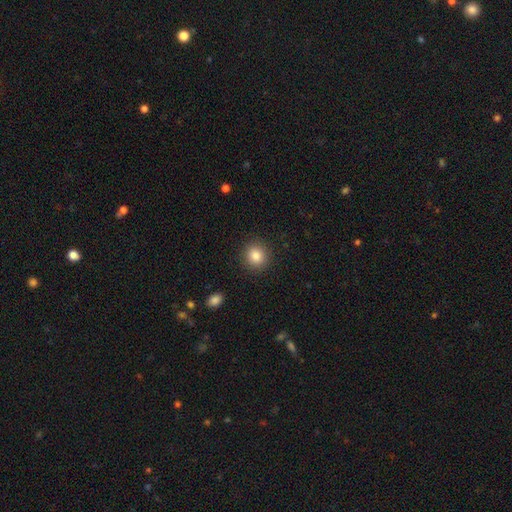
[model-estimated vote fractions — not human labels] Smooth or featured?
  - smooth: 84% *
  - star or artifact: 10%
  - featured or disk: 6%
How rounded?
  - round: 88% *
  - in between: 11%
  - cigar-shaped: 1%
Merging?
  - none: 90% *
  - minor disturbance: 6%
  - major disturbance: 2%
  - merger: 1%